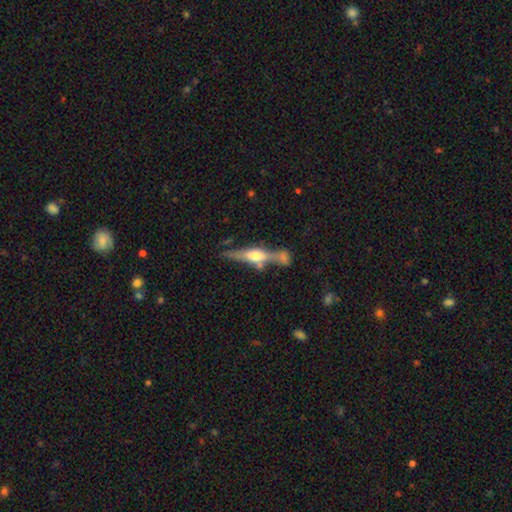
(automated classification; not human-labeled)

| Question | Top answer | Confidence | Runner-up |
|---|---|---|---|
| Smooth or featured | featured or disk | 69% | smooth (24%) |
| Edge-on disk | yes | 93% | no (7%) |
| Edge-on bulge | rounded | 87% | boxy (9%) |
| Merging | none | 61% | merger (18%) |